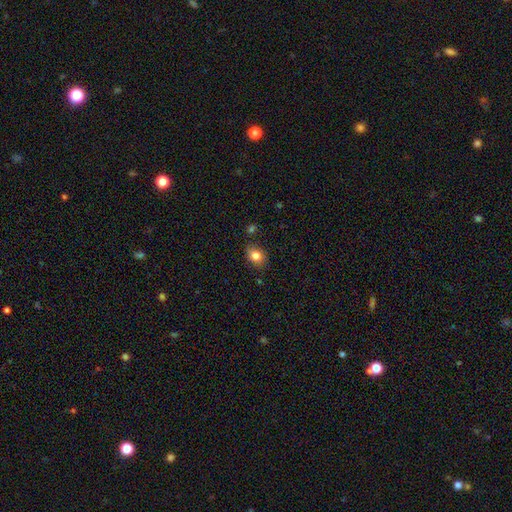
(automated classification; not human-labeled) smooth_or_featured: smooth (p=0.82) [alt: star or artifact p=0.10]
how_rounded: in between (p=0.58) [alt: round p=0.41]
merging: none (p=0.79) [alt: minor disturbance p=0.14]